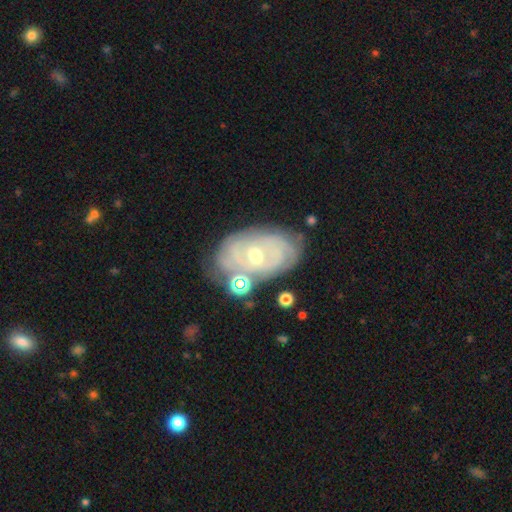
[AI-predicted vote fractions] Smooth or featured? featured or disk (80%)
Edge-on disk? no (95%)
Bar? no (64%)
Spiral arms? yes (87%)
Spiral winding? tight (76%)
Spiral arm count? can't tell (48%)
Bulge size? moderate (53%)
Merging? none (67%)